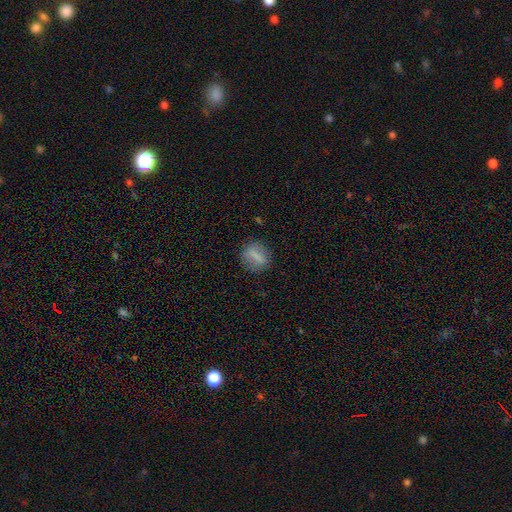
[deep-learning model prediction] smooth_or_featured: smooth (p=0.66) [alt: featured or disk p=0.24]
how_rounded: round (p=0.53) [alt: in between p=0.37]
merging: none (p=0.82) [alt: minor disturbance p=0.11]